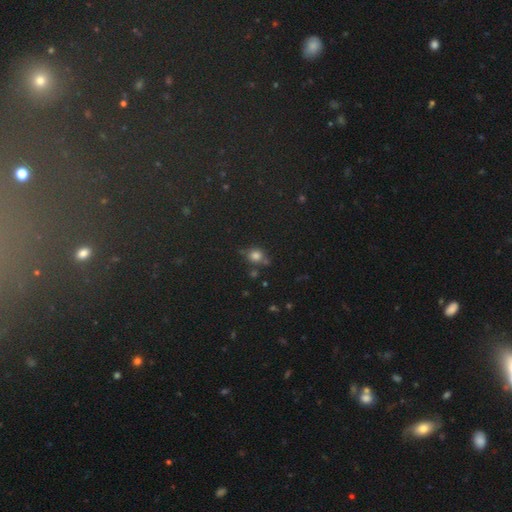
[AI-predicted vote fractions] Smooth or featured? Predicted: smooth (p=0.72). How rounded? Predicted: round (p=0.80). Merging? Predicted: none (p=0.64).